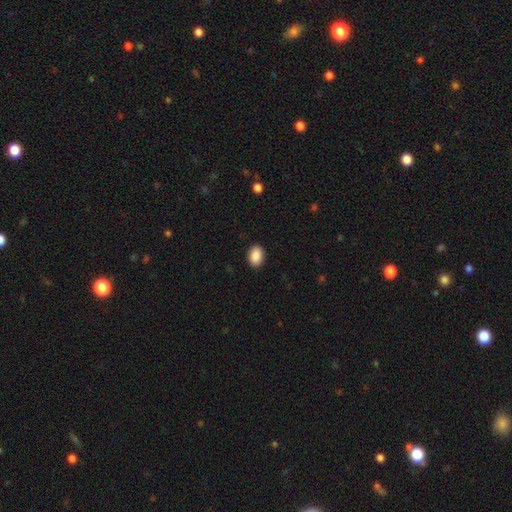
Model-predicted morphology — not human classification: Q: Smooth or featured?
A: smooth (90%); runner-up: star or artifact (7%)
Q: How rounded?
A: in between (84%); runner-up: round (15%)
Q: Merging?
A: none (90%); runner-up: minor disturbance (7%)